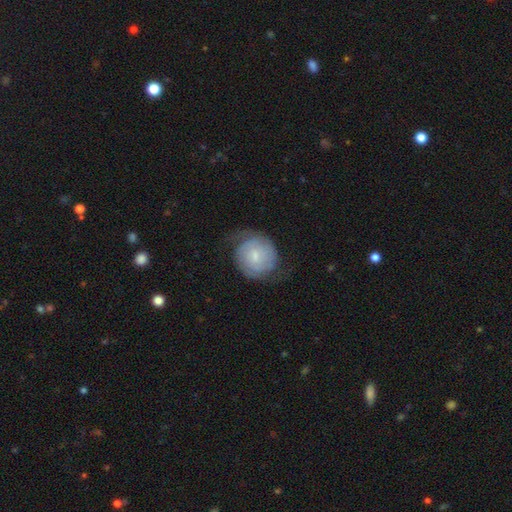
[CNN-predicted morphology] A featured or disk galaxy (59%) with no bar (57%), 2 (65%) tight (53%) spiral arms (88%) and a small central bulge (64%).

Vote fractions:
- Smooth or featured? featured or disk: 59% / smooth: 34% / star or artifact: 7%
- Edge-on disk? no: 97% / yes: 3%
- Bar? no: 57% / weak: 37% / strong: 5%
- Spiral arms? yes: 88% / no: 12%
- Spiral winding? tight: 53% / medium: 32% / loose: 15%
- Spiral arm count? 2: 65% / can't tell: 21% / 3: 5% / 1: 4% / 4: 2% / more than 4: 2%
- Bulge size? small: 64% / moderate: 26% / none: 6% / large: 2% / dominant: 1%
- Merging? none: 63% / minor disturbance: 22% / major disturbance: 13% / merger: 1%